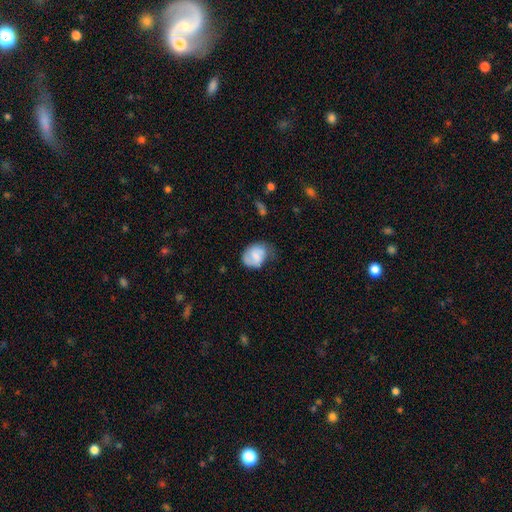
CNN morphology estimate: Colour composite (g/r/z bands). It shows a smooth galaxy with no disk features (51%) that is in between round and cigar-shaped (56%). Merging: none (44%).